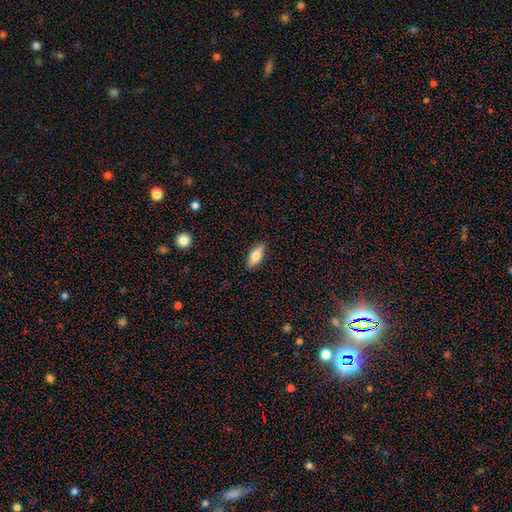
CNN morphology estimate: Smooth or featured?
  - smooth: 75% *
  - featured or disk: 18%
  - star or artifact: 6%
How rounded?
  - in between: 69% *
  - cigar-shaped: 29%
  - round: 2%
Merging?
  - none: 88% *
  - minor disturbance: 9%
  - major disturbance: 2%
  - merger: 1%